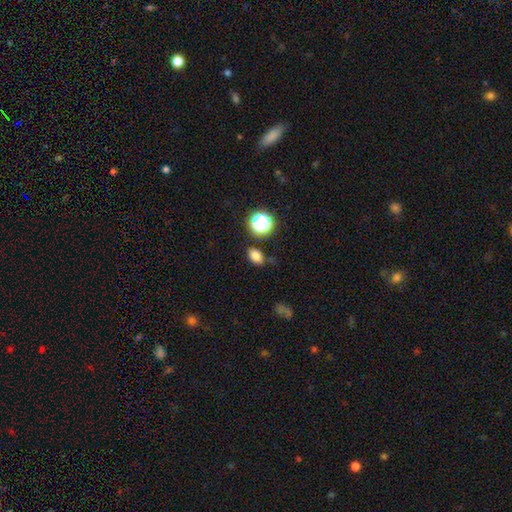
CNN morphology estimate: smooth-or-featured: smooth: 79% | star or artifact: 16% | featured or disk: 5%
  how-rounded: in between: 74% | round: 24% | cigar-shaped: 2%
  merging: none: 76% | minor disturbance: 15% | merger: 5% | major disturbance: 4%